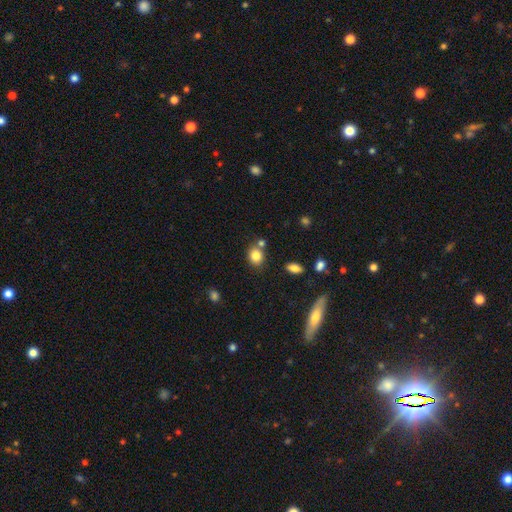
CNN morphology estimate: smooth-or-featured: smooth: 83% | star or artifact: 10% | featured or disk: 7%
  how-rounded: round: 65% | in between: 34% | cigar-shaped: 1%
  merging: none: 68% | merger: 16% | minor disturbance: 12% | major disturbance: 3%